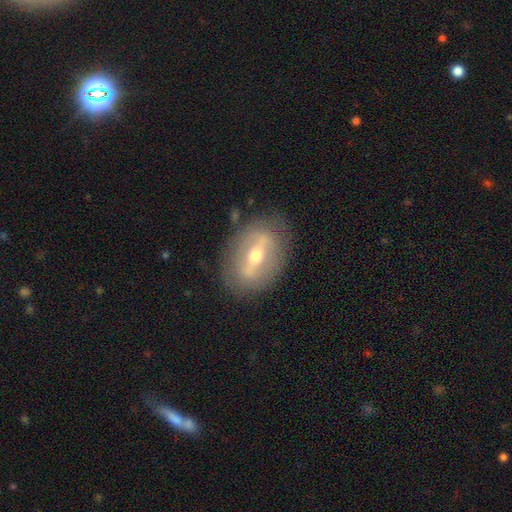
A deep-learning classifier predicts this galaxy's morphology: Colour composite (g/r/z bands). It shows a featured or disk galaxy (70%) with a strong bar (64%), no spiral arms (74%) and a moderate central bulge (68%). Merging: none (80%).